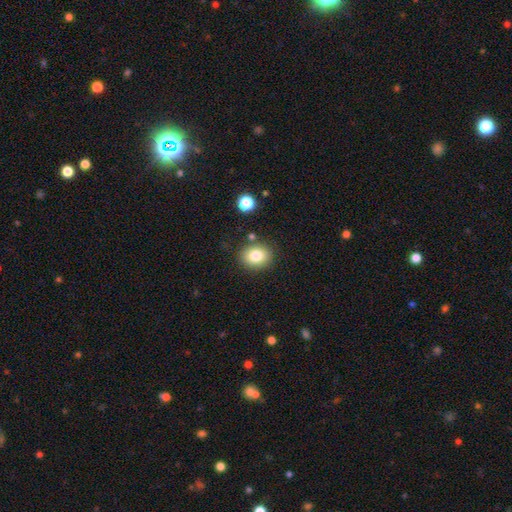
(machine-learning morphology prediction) smooth-or-featured: smooth: 81% | star or artifact: 10% | featured or disk: 8%
  how-rounded: round: 57% | in between: 42% | cigar-shaped: 1%
  merging: none: 82% | minor disturbance: 10% | merger: 5% | major disturbance: 3%